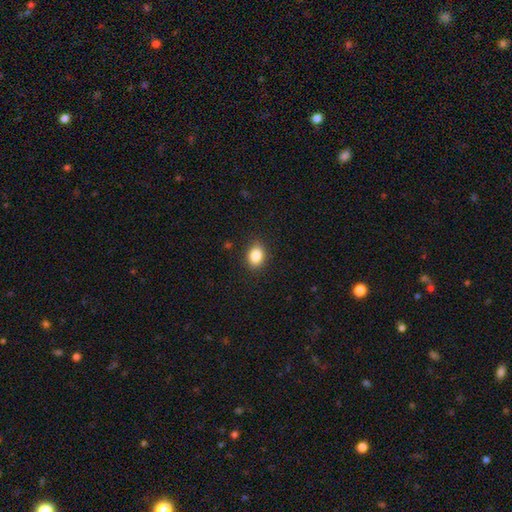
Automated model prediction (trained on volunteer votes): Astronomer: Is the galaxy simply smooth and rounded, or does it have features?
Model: smooth — 86%.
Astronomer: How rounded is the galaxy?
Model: in between — 63%.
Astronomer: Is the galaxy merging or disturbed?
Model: none — 88%.